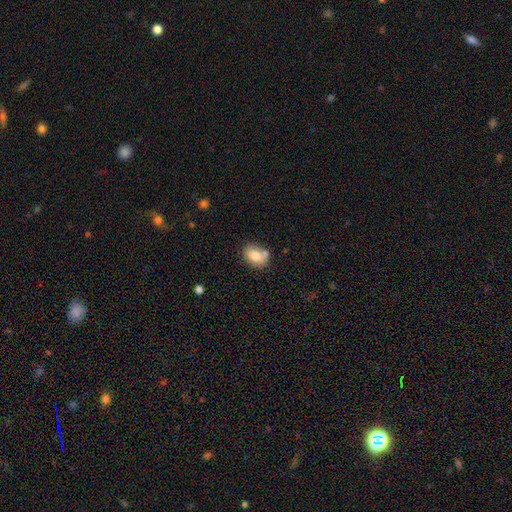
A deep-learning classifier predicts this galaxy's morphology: Smooth or featured? Predicted: smooth (p=0.78). How rounded? Predicted: in between (p=0.68). Merging? Predicted: none (p=0.60).